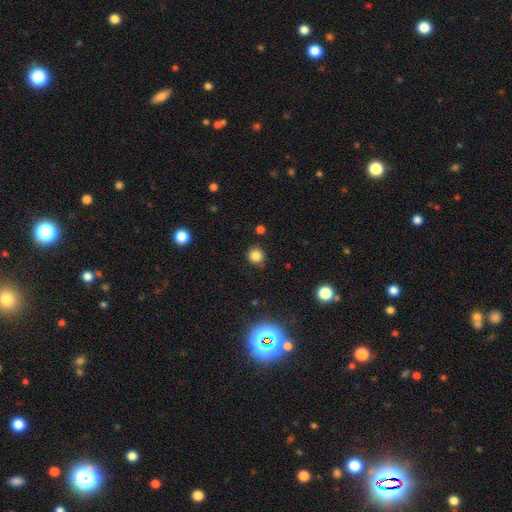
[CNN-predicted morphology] Smooth or featured? Predicted: smooth (p=0.82). How rounded? Predicted: round (p=0.90). Merging? Predicted: none (p=0.83).